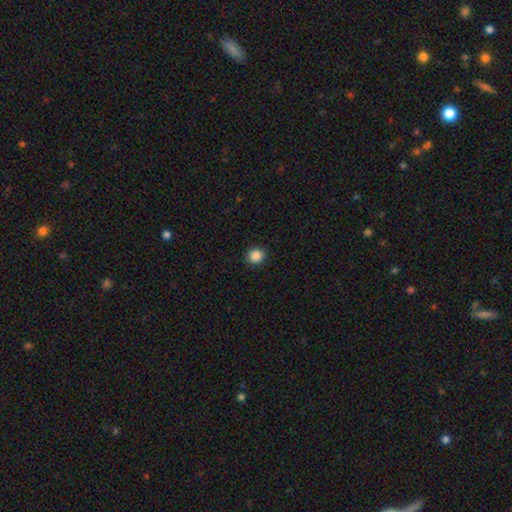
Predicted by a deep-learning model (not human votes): The model was most divided on "how rounded": round: 88%, in between: 11%, cigar-shaped: 1%. More confident: merging — none (92%); smooth or featured — smooth (87%).